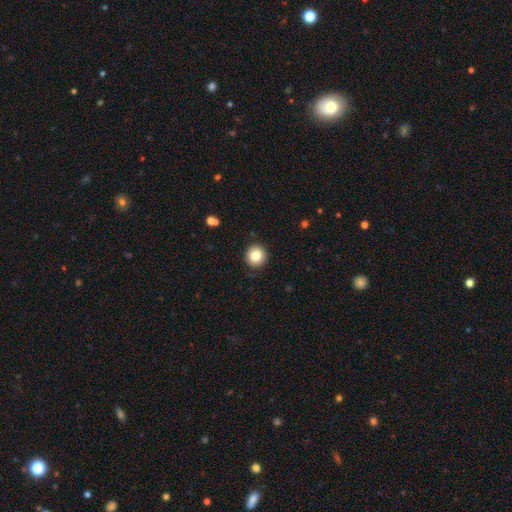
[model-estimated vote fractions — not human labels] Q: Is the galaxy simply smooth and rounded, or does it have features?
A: smooth — 81%.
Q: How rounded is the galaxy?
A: round — 94%.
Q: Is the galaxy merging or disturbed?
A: none — 91%.